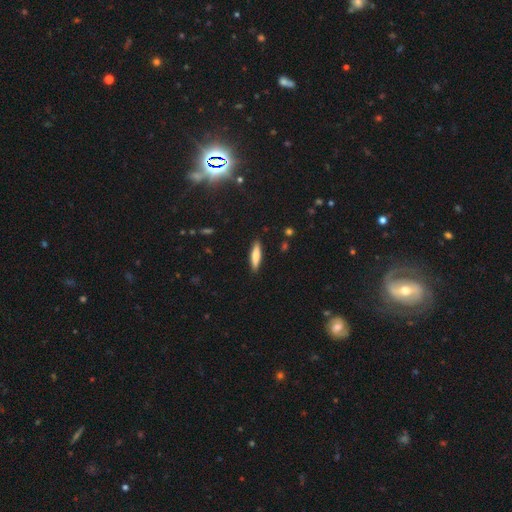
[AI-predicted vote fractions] A smooth galaxy with no disk features (73%) that is cigar-shaped (80%). Merging: none (90%).